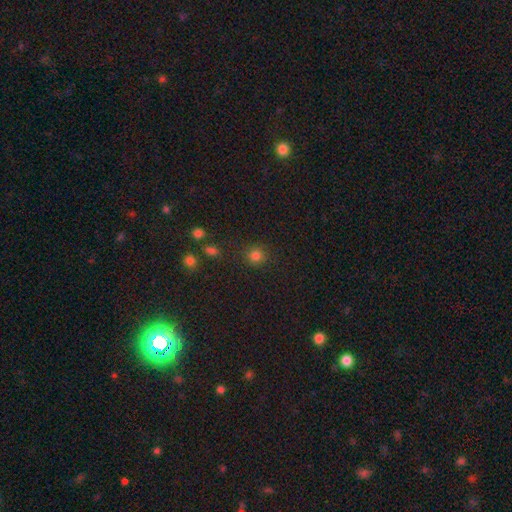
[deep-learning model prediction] smooth-or-featured: smooth: 81% | star or artifact: 15% | featured or disk: 5%
  how-rounded: round: 91% | in between: 8% | cigar-shaped: 1%
  merging: none: 86% | minor disturbance: 8% | major disturbance: 3% | merger: 3%